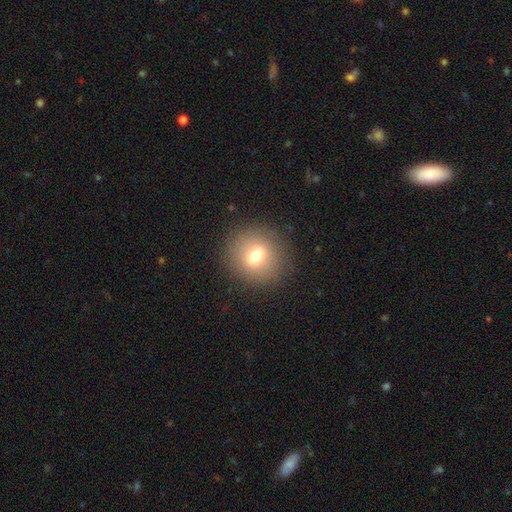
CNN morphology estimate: Smooth or featured? Predicted: smooth (p=0.71). How rounded? Predicted: round (p=0.87). Merging? Predicted: none (p=0.88).